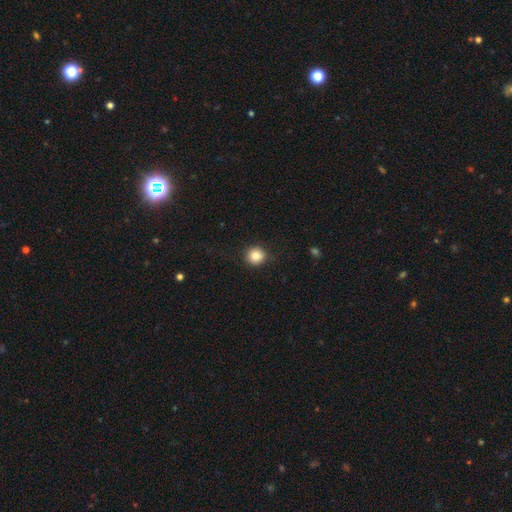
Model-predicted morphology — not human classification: Q: Smooth or featured?
A: smooth (85%); runner-up: star or artifact (10%)
Q: How rounded?
A: round (91%); runner-up: in between (8%)
Q: Merging?
A: none (88%); runner-up: minor disturbance (8%)